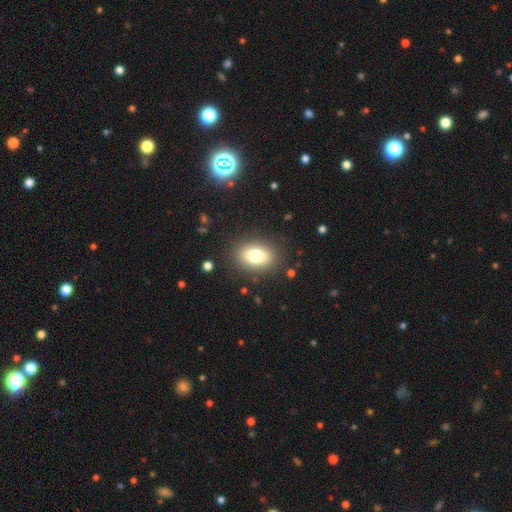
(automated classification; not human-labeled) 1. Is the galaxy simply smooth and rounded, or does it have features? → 77% smooth, 14% featured or disk, 10% star or artifact.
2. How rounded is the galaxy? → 78% in between, 20% round, 2% cigar-shaped.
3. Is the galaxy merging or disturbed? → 85% none, 9% minor disturbance, 4% major disturbance, 1% merger.